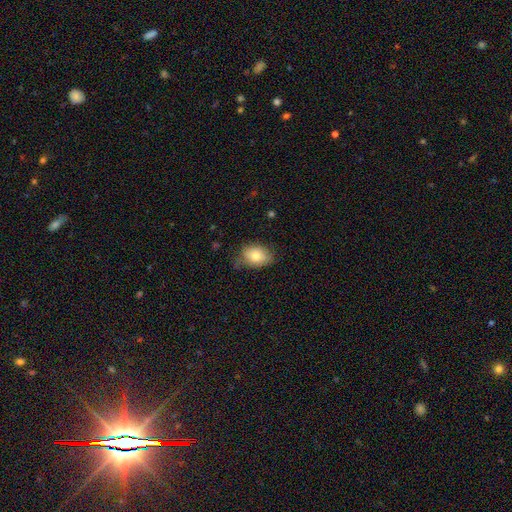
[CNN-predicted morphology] A smooth galaxy with no disk features (79%) that is in between round and cigar-shaped (79%). Merging: none (67%).